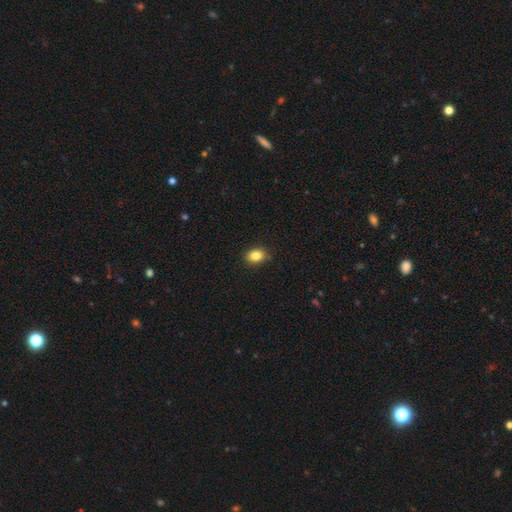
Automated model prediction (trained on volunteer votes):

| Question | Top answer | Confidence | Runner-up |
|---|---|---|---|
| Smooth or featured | smooth | 85% | star or artifact (9%) |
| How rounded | in between | 72% | round (26%) |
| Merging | none | 86% | minor disturbance (11%) |